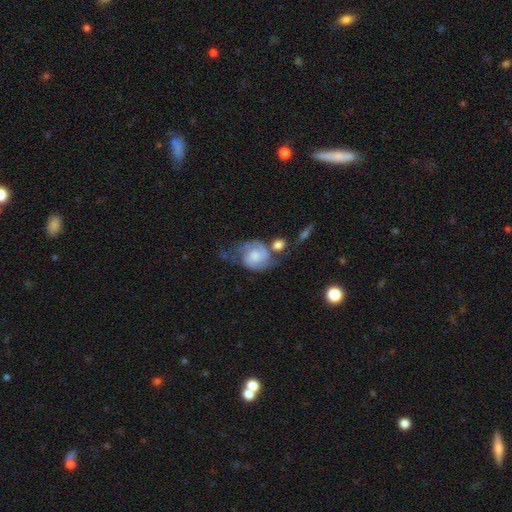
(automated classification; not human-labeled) This appears to be a featured or disk galaxy (58%) with no bar (63%), spiral arms (87%) and a moderate central bulge (38%). Merging: none (34%).